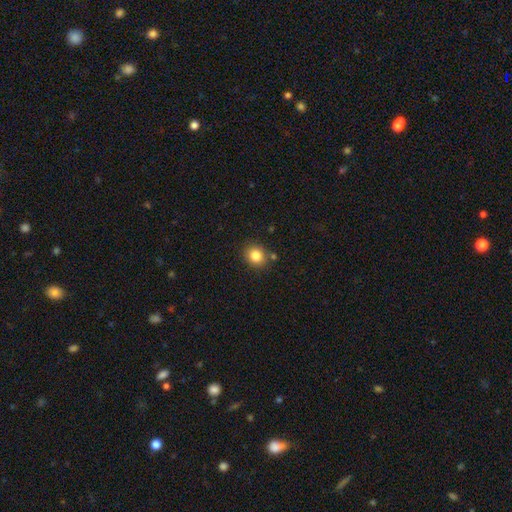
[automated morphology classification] Overall: smooth (82%). How rounded: round (74%). Merging: none (81%).